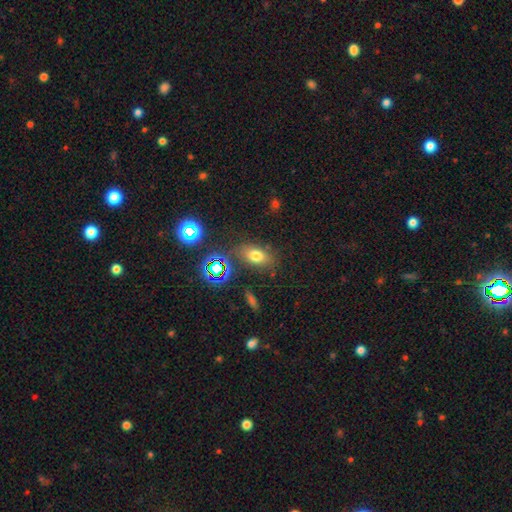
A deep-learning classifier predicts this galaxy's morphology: smooth-or-featured: smooth: 68% | star or artifact: 20% | featured or disk: 12%
  how-rounded: in between: 79% | round: 17% | cigar-shaped: 4%
  merging: none: 75% | minor disturbance: 14% | merger: 6% | major disturbance: 6%